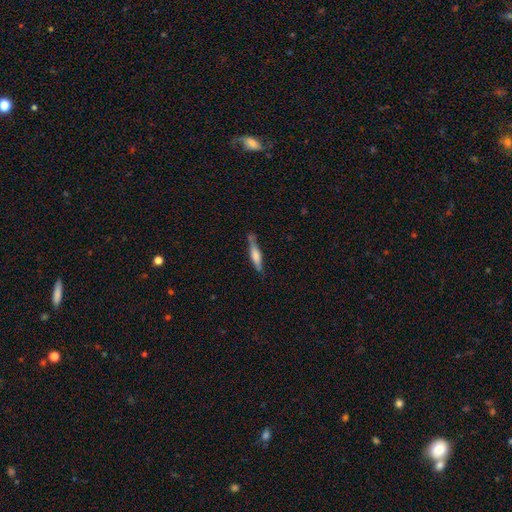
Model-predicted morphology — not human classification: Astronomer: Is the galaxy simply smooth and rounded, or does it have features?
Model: smooth — 54% (runner-up: featured or disk, 40%).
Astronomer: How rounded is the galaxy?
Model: cigar-shaped — 86%.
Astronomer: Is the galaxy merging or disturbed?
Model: none — 72%.